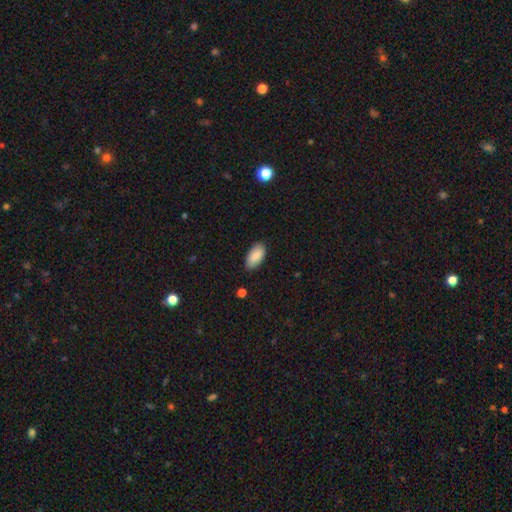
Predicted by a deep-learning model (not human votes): A smooth galaxy with no disk features (88%) that is in between round and cigar-shaped (94%). Merging: none (85%).